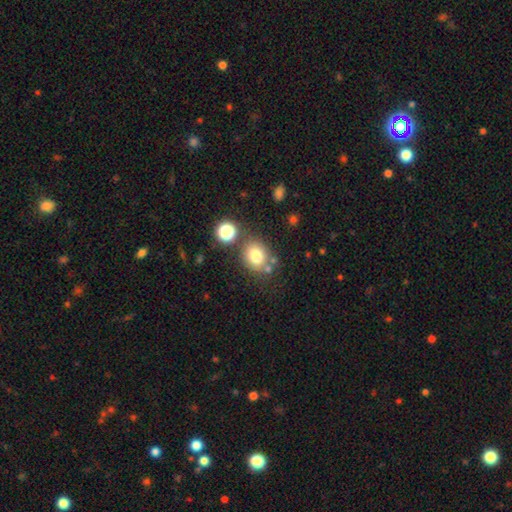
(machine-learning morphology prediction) Q: Smooth or featured?
A: smooth (77%); runner-up: star or artifact (13%)
Q: How rounded?
A: round (67%); runner-up: in between (32%)
Q: Merging?
A: none (70%); runner-up: minor disturbance (13%)